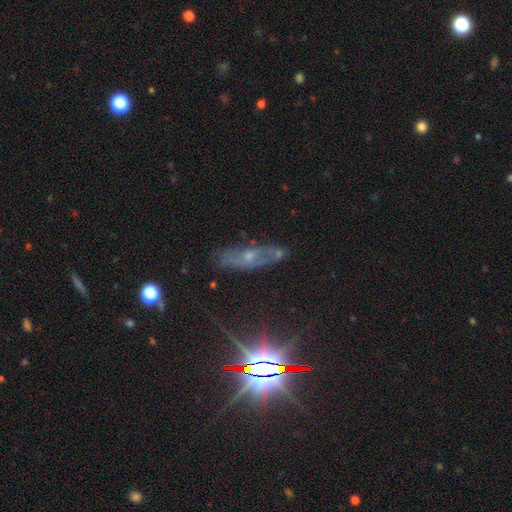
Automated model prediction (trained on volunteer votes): This appears to be a featured or disk galaxy (49%). Merging: none (65%).